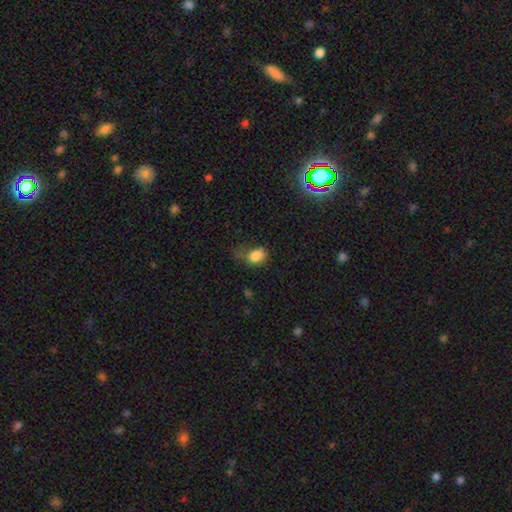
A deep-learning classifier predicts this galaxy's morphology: Smooth or featured: smooth — 81% (star or artifact — 10%)
How rounded: in between — 73% (round — 26%)
Merging: major disturbance — 38% (minor disturbance — 31%)